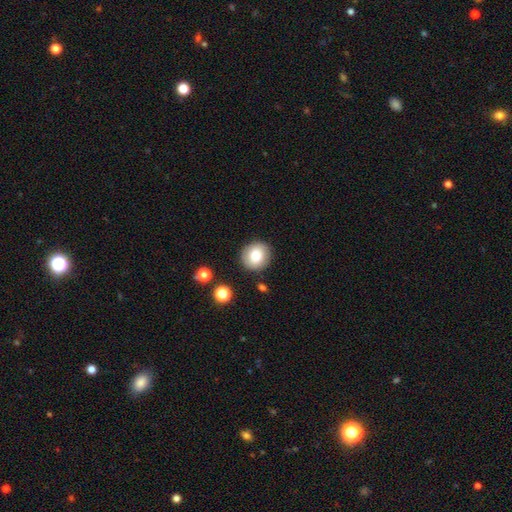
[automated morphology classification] This is likely a smooth galaxy (78%). How rounded: clearly round (87%). Merging: clearly none (88%).